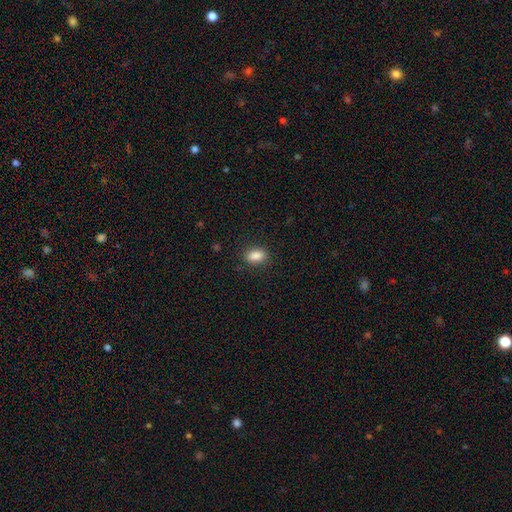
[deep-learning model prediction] smooth_or_featured: smooth (p=0.86) [alt: star or artifact p=0.09]
how_rounded: in between (p=0.86) [alt: round p=0.10]
merging: none (p=0.85) [alt: minor disturbance p=0.11]